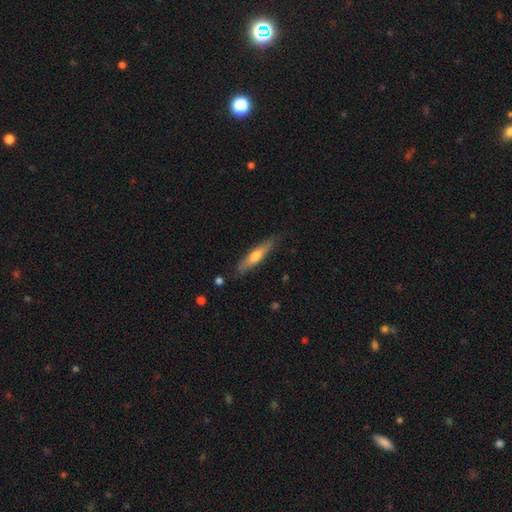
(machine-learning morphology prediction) smooth_or_featured: smooth (p=0.53) [alt: featured or disk p=0.42]
how_rounded: cigar-shaped (p=0.83) [alt: in between p=0.16]
merging: none (p=0.84) [alt: minor disturbance p=0.12]